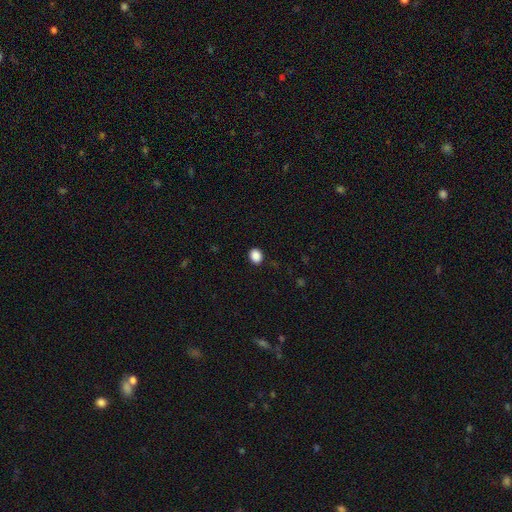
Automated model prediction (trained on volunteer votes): Smooth or featured: smooth — 88% (star or artifact — 9%)
How rounded: round — 52% (in between — 47%)
Merging: none — 90% (minor disturbance — 7%)